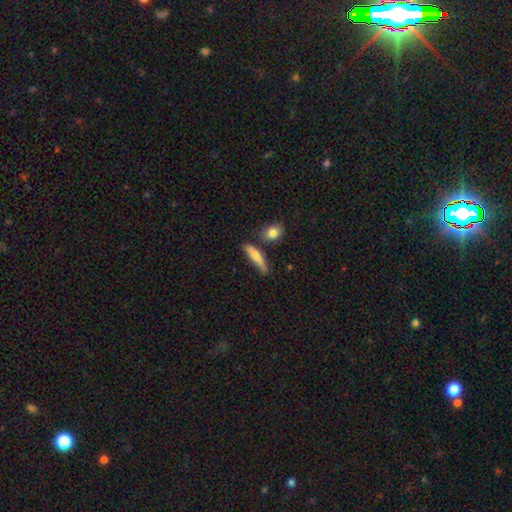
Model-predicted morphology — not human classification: Overall: smooth (75%). How rounded: cigar-shaped (73%). Merging: none (59%; minor disturbance 24%).